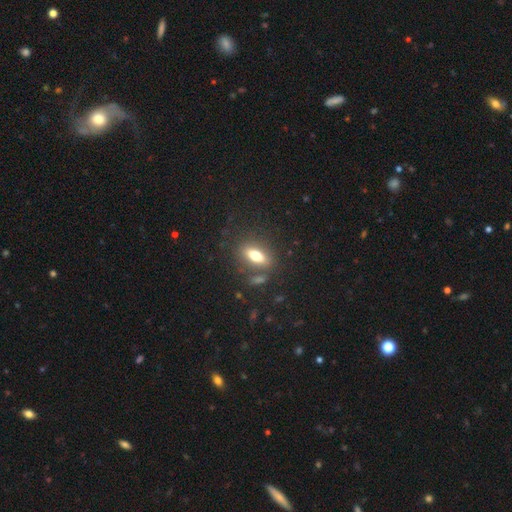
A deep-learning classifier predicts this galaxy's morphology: smooth_or_featured: smooth (p=0.69) [alt: featured or disk p=0.21]
how_rounded: in between (p=0.75) [alt: cigar-shaped p=0.19]
merging: none (p=0.78) [alt: minor disturbance p=0.11]